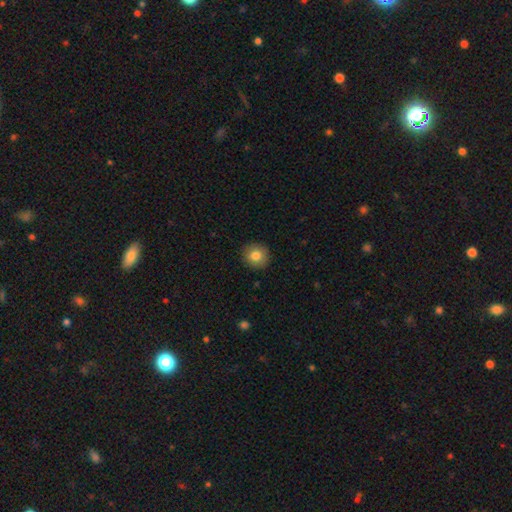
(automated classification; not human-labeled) The model was most divided on "smooth or featured": smooth: 82%, featured or disk: 9%, star or artifact: 9%. More confident: merging — none (91%); how rounded — round (90%).